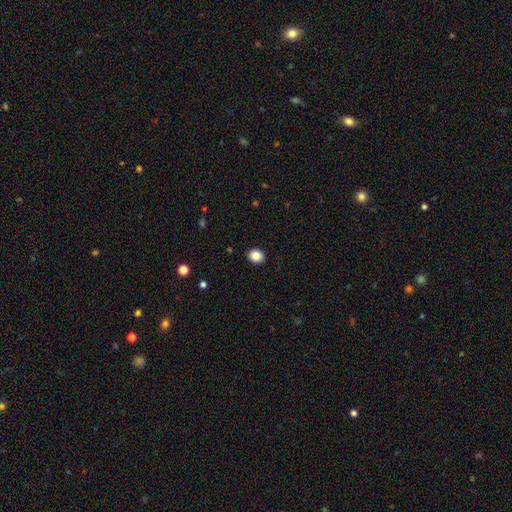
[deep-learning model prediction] Smooth or featured? smooth (87%)
How rounded? round (62%)
Merging? none (91%)